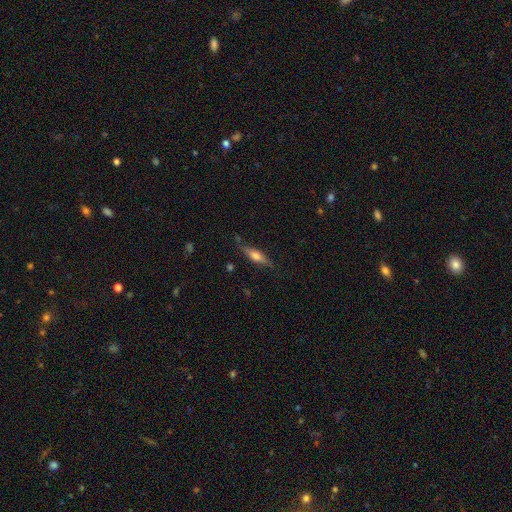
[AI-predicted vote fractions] Smooth or featured: smooth — 48% (featured or disk — 45%)
Merging: none — 75% (minor disturbance — 18%)